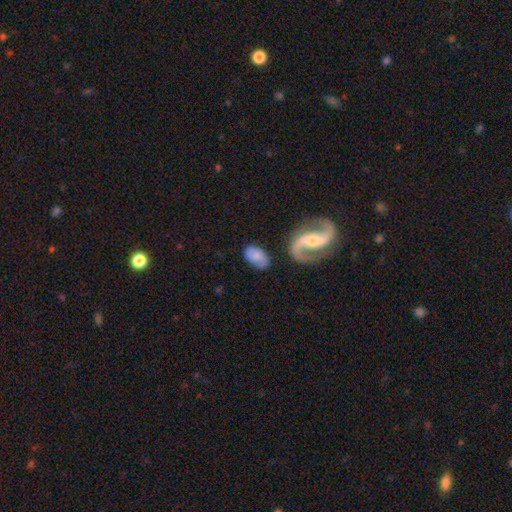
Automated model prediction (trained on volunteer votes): Smooth or featured?
  - smooth: 48% *
  - featured or disk: 43%
  - star or artifact: 9%
Merging?
  - none: 64% *
  - minor disturbance: 20%
  - major disturbance: 9%
  - merger: 7%